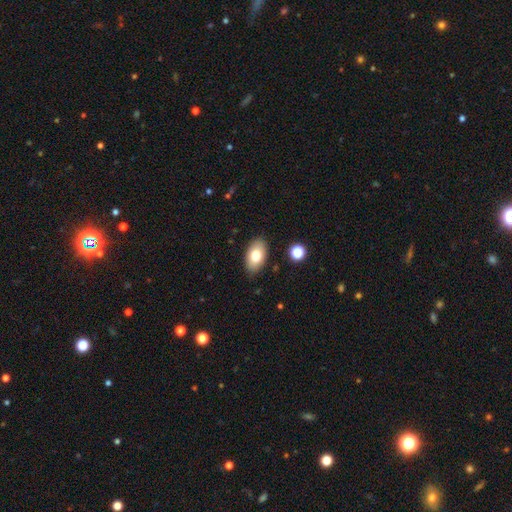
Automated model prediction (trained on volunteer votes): Smooth or featured: smooth — 77% (featured or disk — 16%)
How rounded: in between — 92% (round — 7%)
Merging: none — 87% (minor disturbance — 9%)